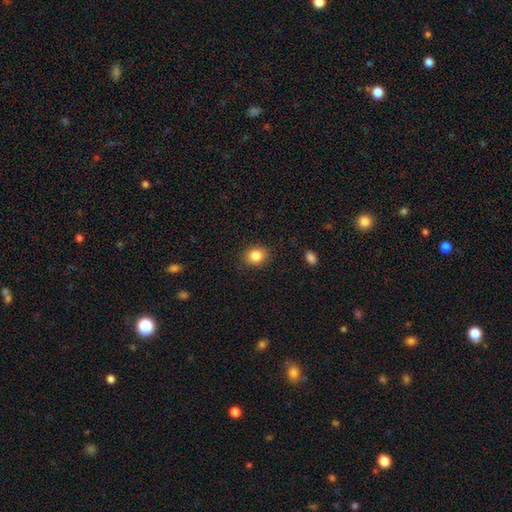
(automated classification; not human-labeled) Smooth or featured?
  - smooth: 84% *
  - star or artifact: 10%
  - featured or disk: 6%
How rounded?
  - round: 55% *
  - in between: 44%
  - cigar-shaped: 1%
Merging?
  - none: 88% *
  - minor disturbance: 8%
  - major disturbance: 2%
  - merger: 1%